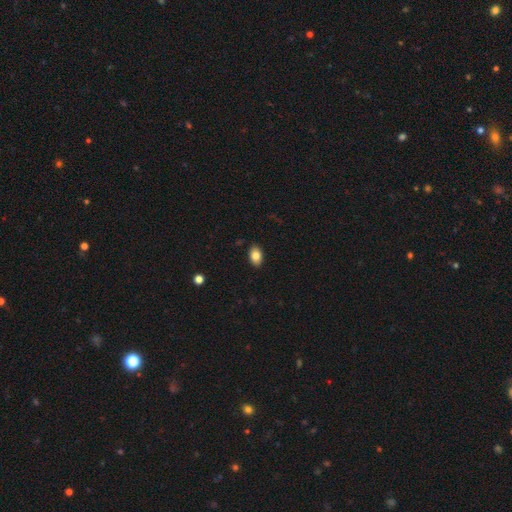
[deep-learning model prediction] Overall: smooth (84%). How rounded: in between (88%). Merging: none (88%).